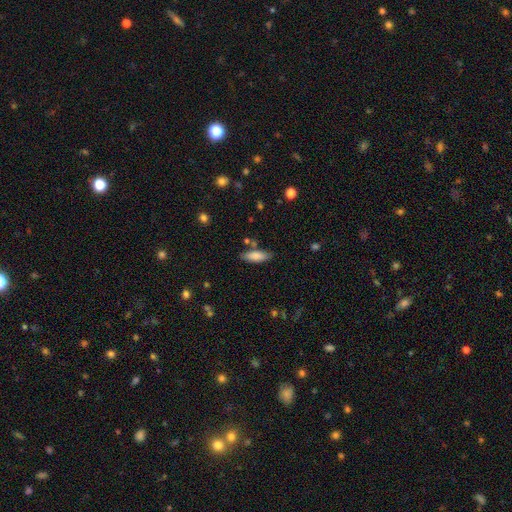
Volunteers were most divided on "smooth or featured": smooth: 77%, featured or disk: 15%, star or artifact: 8%. More confident: merging — none (86%); how rounded — in between (83%).